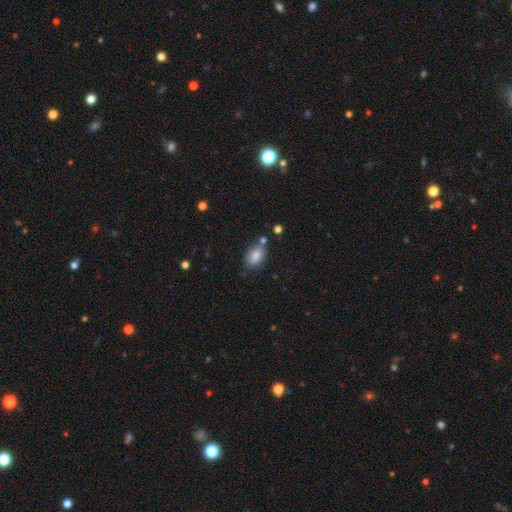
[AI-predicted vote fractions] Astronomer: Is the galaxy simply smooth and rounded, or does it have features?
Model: smooth — 83%.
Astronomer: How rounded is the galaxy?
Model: in between — 88%.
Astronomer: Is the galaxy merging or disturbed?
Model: none — 64%.